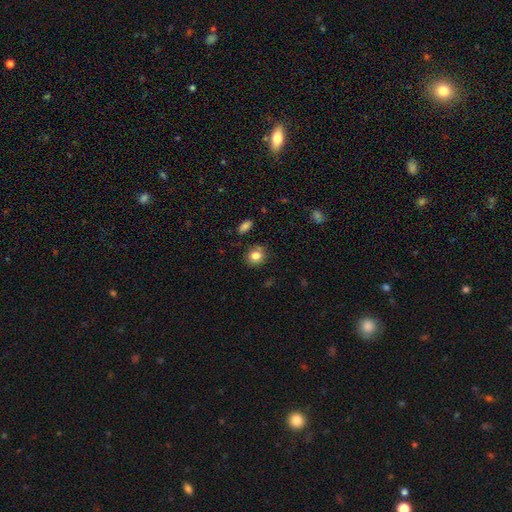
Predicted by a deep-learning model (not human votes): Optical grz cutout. It shows a smooth galaxy with no disk features (81%) that is round (72%). Merging: none (79%).